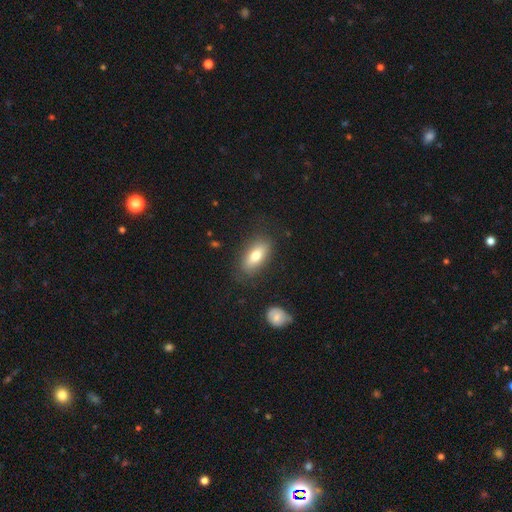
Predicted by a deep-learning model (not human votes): Smooth or featured? Predicted: smooth (p=0.74). How rounded? Predicted: in between (p=0.85). Merging? Predicted: none (p=0.81).